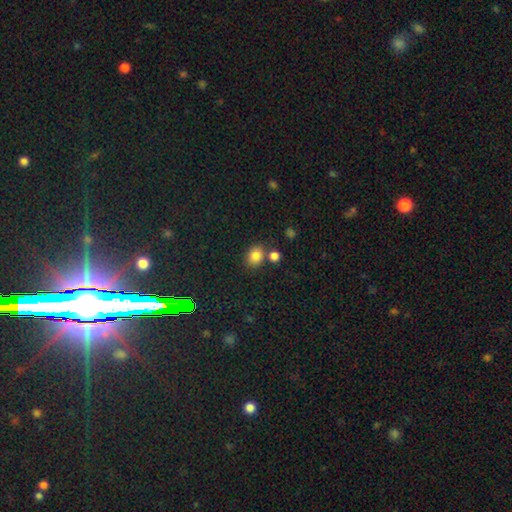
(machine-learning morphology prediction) smooth 82%, star or artifact 12%, featured or disk 6%. Down the decision tree: how rounded — round (59%); merging — none (68%).